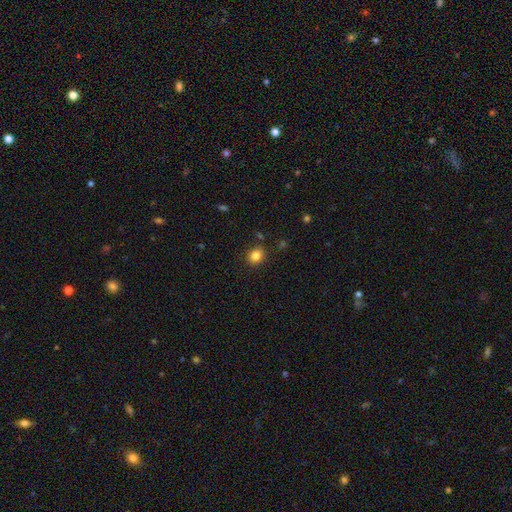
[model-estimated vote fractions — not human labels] Q: Smooth or featured?
A: smooth (84%); runner-up: star or artifact (11%)
Q: How rounded?
A: round (65%); runner-up: in between (35%)
Q: Merging?
A: none (86%); runner-up: minor disturbance (9%)